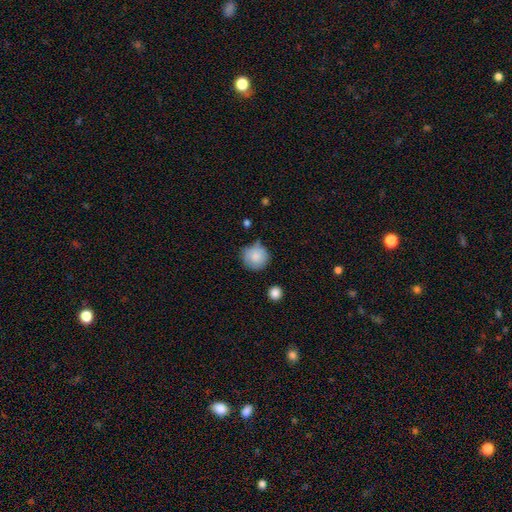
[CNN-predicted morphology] type=smooth (84%); roundness=round (93%); merging=none (72%).